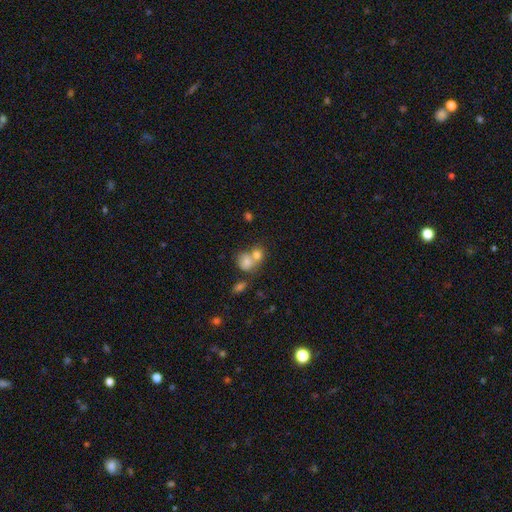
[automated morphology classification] Smooth or featured?
  - smooth: 69% *
  - star or artifact: 16%
  - featured or disk: 15%
How rounded?
  - round: 70% *
  - in between: 29%
  - cigar-shaped: 1%
Merging?
  - merger: 53% *
  - none: 35%
  - minor disturbance: 8%
  - major disturbance: 4%